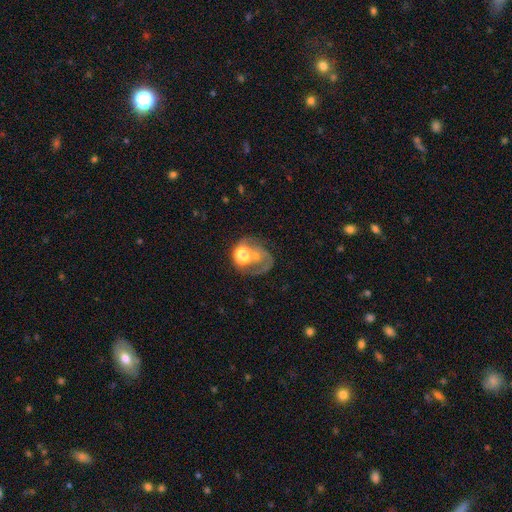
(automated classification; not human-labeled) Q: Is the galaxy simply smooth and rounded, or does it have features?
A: featured or disk — 47%.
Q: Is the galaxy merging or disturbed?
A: none — 37%.